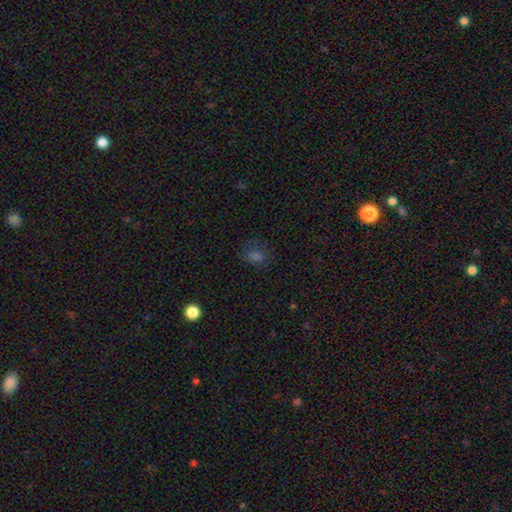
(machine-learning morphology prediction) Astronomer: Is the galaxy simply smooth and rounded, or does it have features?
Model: smooth — 64%.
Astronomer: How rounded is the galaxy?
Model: round — 49%, tied with in between at 49%.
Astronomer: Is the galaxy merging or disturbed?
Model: none — 73%.